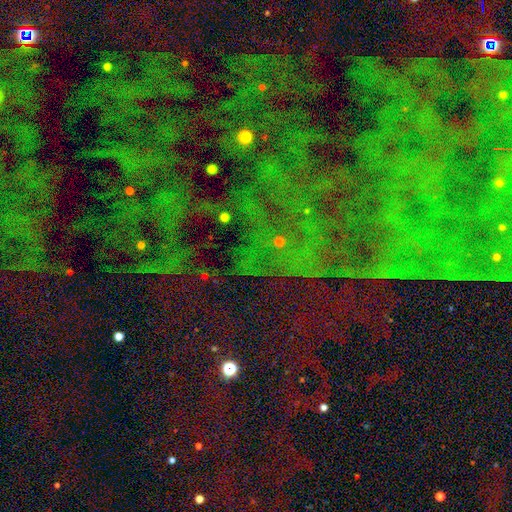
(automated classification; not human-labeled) Q: Smooth or featured?
A: star or artifact (84%); runner-up: smooth (8%)